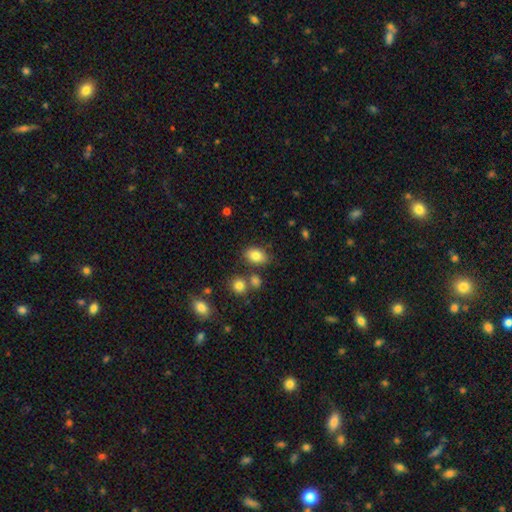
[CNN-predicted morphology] smooth-or-featured: smooth: 82% | star or artifact: 9% | featured or disk: 8%
  how-rounded: in between: 84% | round: 15% | cigar-shaped: 1%
  merging: none: 75% | minor disturbance: 12% | merger: 9% | major disturbance: 4%